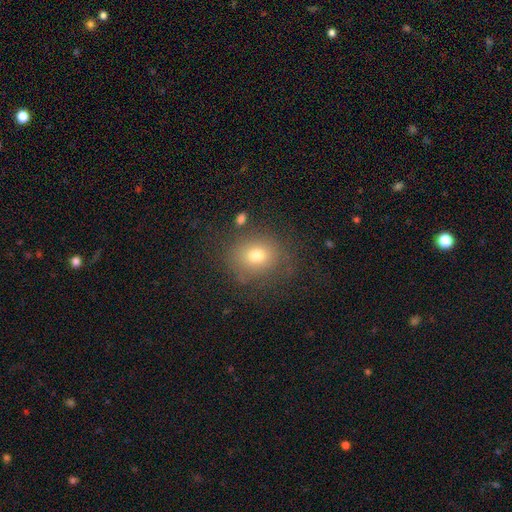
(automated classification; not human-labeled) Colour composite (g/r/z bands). It shows a smooth galaxy with no disk features (70%) that is round (75%). Merging: none (77%).